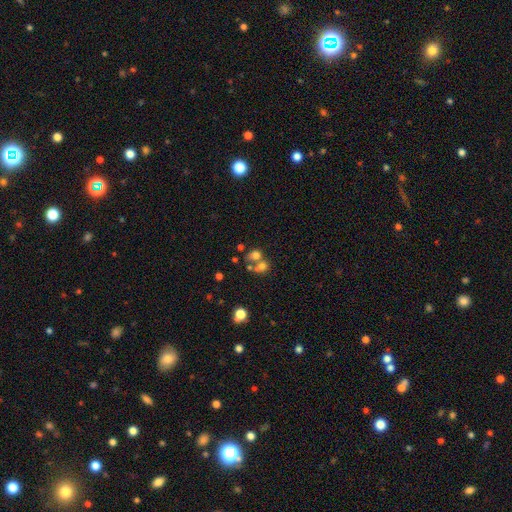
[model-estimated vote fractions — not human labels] A smooth galaxy with no disk features (65%) that is round (64%). Merging: merger (56%).